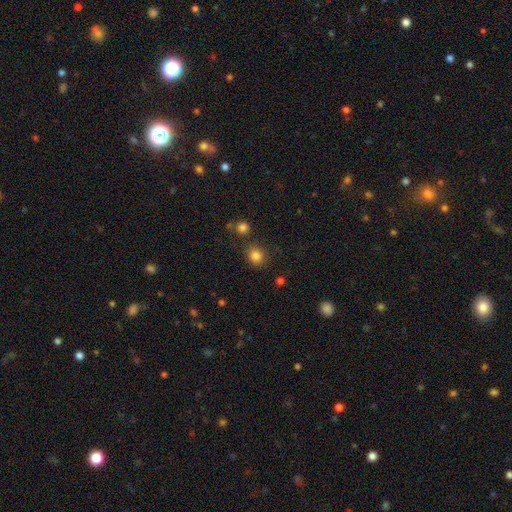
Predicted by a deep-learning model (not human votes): Morphology: type=smooth (83%); roundness=round (86%); merging=none (82%).